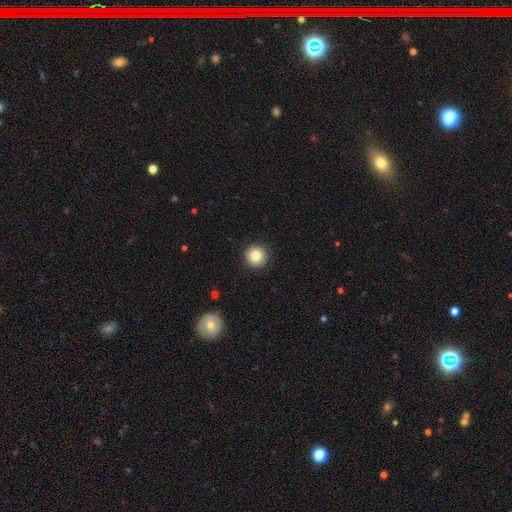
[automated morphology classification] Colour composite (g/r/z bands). It shows a smooth galaxy with no disk features (84%) that is round (95%). Merging: none (92%).